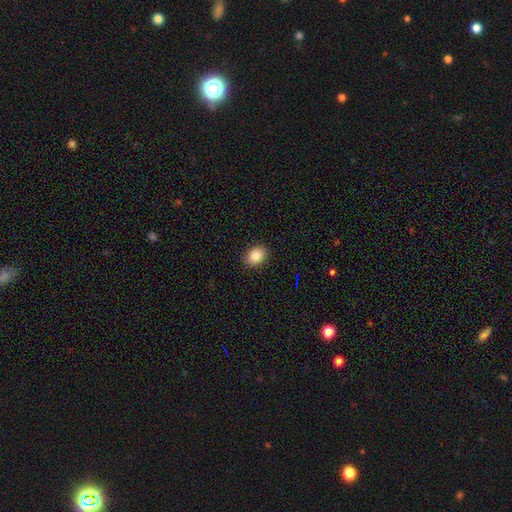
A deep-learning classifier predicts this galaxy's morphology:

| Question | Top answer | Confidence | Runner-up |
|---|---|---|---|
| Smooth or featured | smooth | 87% | star or artifact (9%) |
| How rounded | in between | 53% | round (46%) |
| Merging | none | 89% | minor disturbance (8%) |